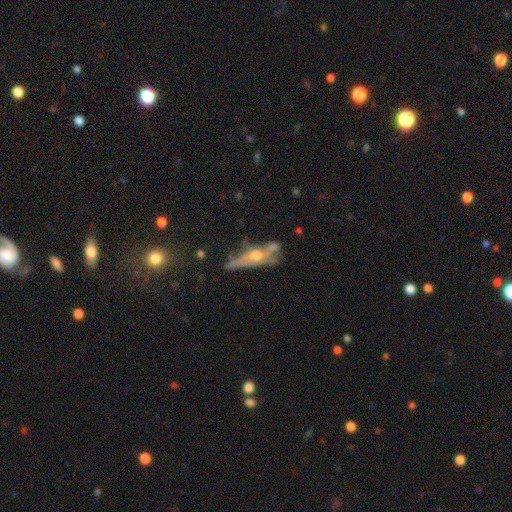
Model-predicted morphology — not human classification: A featured or disk galaxy (63%) viewed edge-on (56%). Merging: none (36%).